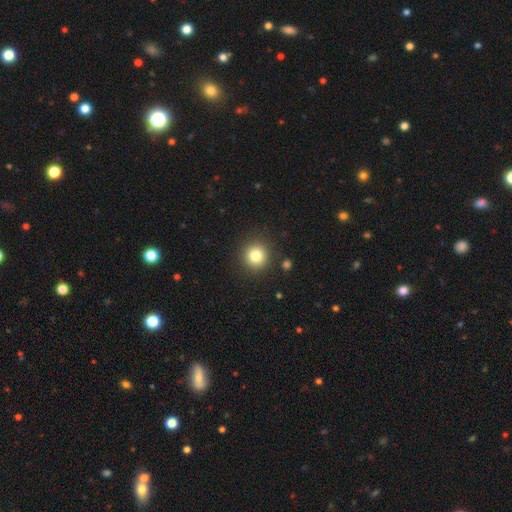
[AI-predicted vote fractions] This appears to be a smooth galaxy with no disk features (80%) that is round (94%). Merging: none (89%).